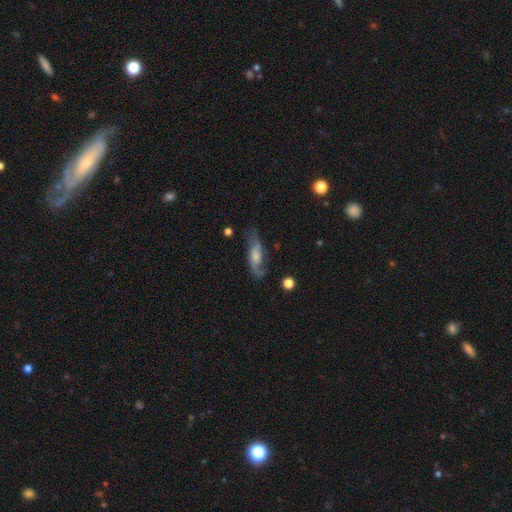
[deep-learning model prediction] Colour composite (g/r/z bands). It shows a featured or disk galaxy (68%) with no bar (55%), 2 (82%) loose (51%) spiral arms (91%) and a moderate central bulge (34%). Merging: none (63%).